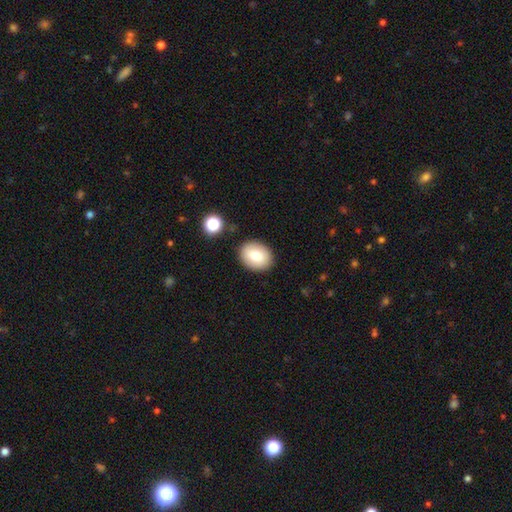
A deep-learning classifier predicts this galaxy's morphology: Smooth or featured? smooth (79%)
How rounded? in between (59%)
Merging? none (86%)